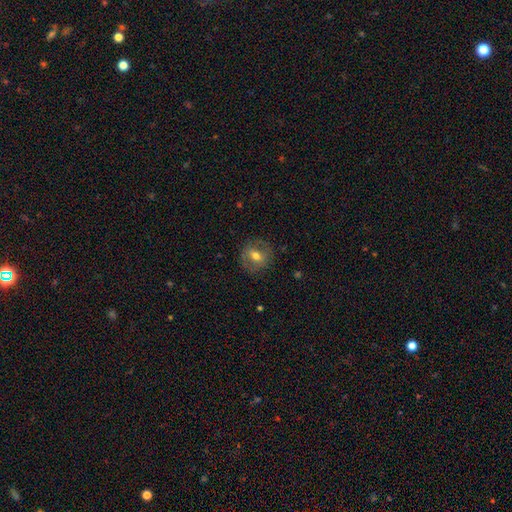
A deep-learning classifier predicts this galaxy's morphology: Smooth or featured? Predicted: smooth (p=0.48). Merging? Predicted: none (p=0.81).